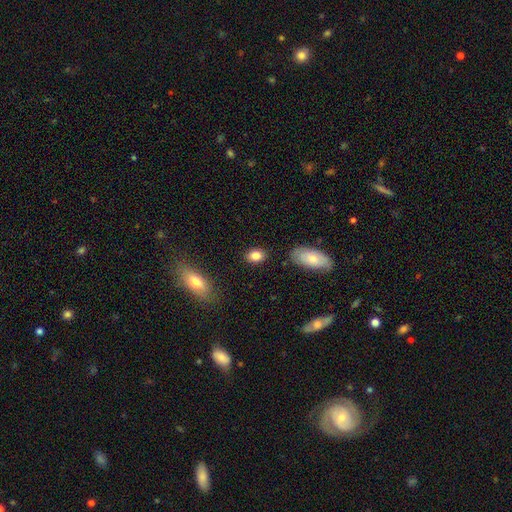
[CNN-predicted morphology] Q: Smooth or featured?
A: smooth (84%); runner-up: star or artifact (8%)
Q: How rounded?
A: in between (75%); runner-up: round (23%)
Q: Merging?
A: none (86%); runner-up: minor disturbance (9%)